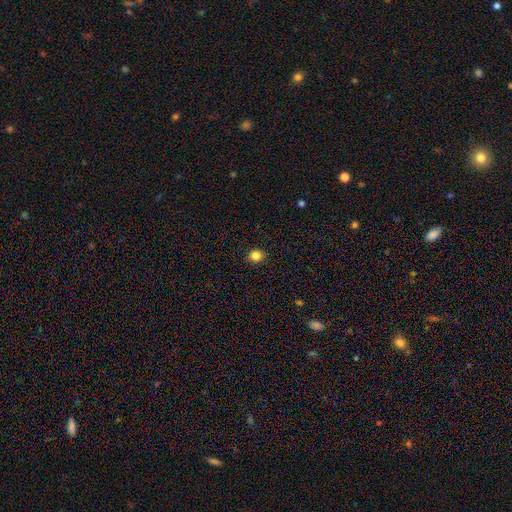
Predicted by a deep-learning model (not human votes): Smooth or featured?
  - smooth: 83% *
  - star or artifact: 12%
  - featured or disk: 5%
How rounded?
  - round: 81% *
  - in between: 18%
  - cigar-shaped: 1%
Merging?
  - none: 92% *
  - minor disturbance: 5%
  - major disturbance: 2%
  - merger: 1%